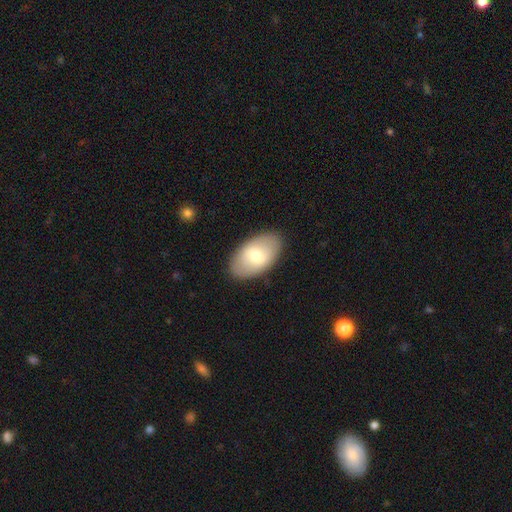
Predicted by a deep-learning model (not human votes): A smooth galaxy with no disk features (67%) that is in between round and cigar-shaped (94%). Merging: none (86%).